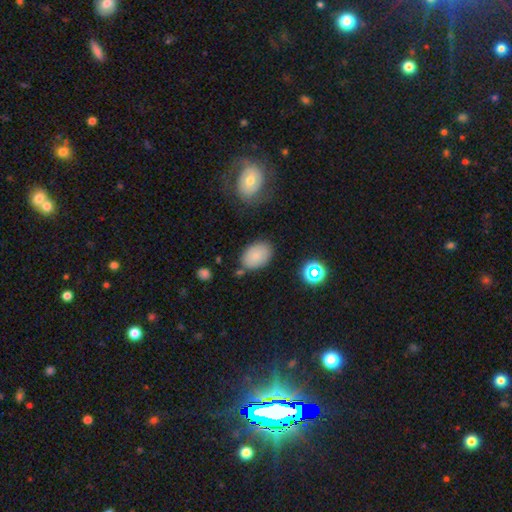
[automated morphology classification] Smooth or featured? Predicted: smooth (p=0.83). How rounded? Predicted: in between (p=0.87). Merging? Predicted: none (p=0.77).